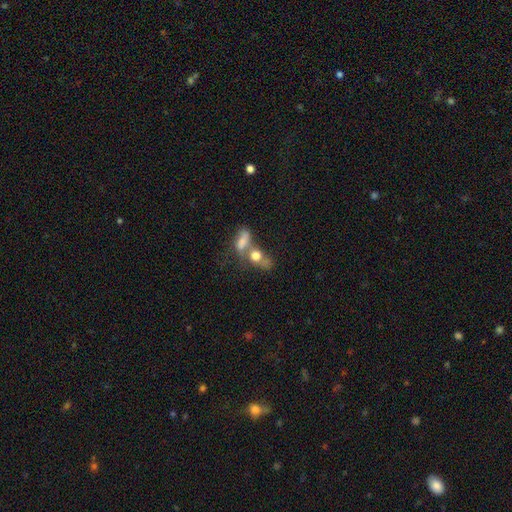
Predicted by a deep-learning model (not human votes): Overall: smooth (68%). How rounded: in between (57%; round 36%). Merging: merger (61%).